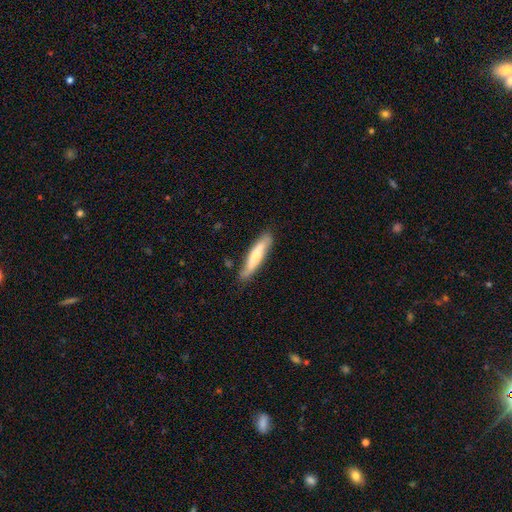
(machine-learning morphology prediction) smooth_or_featured: smooth (p=0.58) [alt: featured or disk p=0.36]
how_rounded: cigar-shaped (p=0.83) [alt: in between p=0.16]
merging: none (p=0.79) [alt: minor disturbance p=0.16]